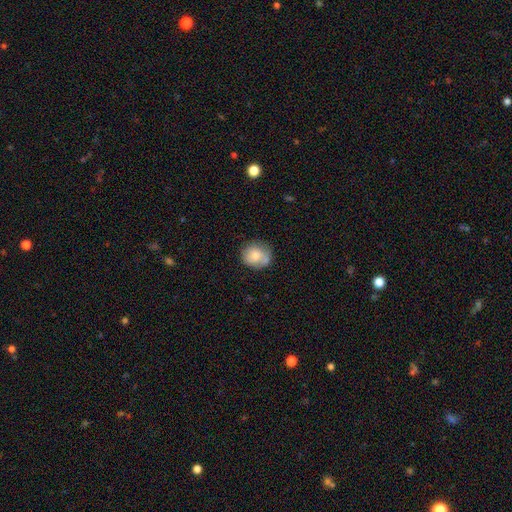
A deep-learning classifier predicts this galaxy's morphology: The model was most divided on "merging": none: 62%, minor disturbance: 23%, merger: 9%, major disturbance: 6%. More confident: how rounded — round (77%); smooth or featured — smooth (74%).